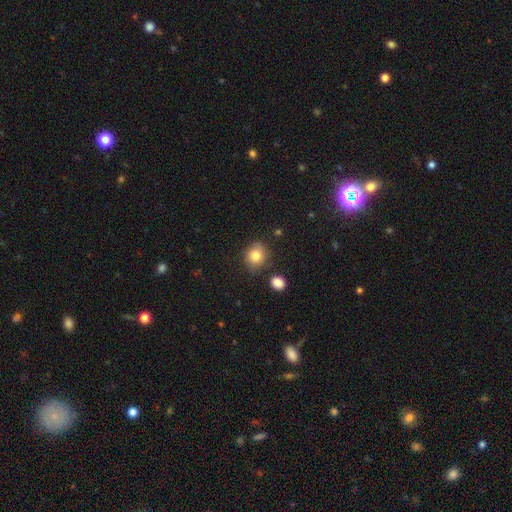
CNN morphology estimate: Smooth or featured? smooth (81%)
How rounded? round (73%)
Merging? none (75%)